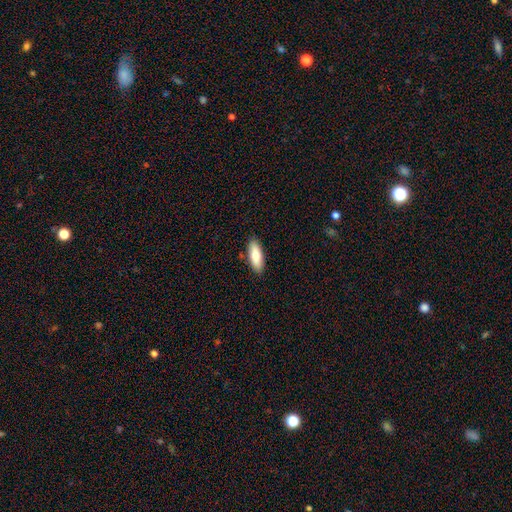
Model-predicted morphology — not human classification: This appears to be a smooth galaxy with no disk features (79%) that is in between round and cigar-shaped (66%). Merging: none (88%).